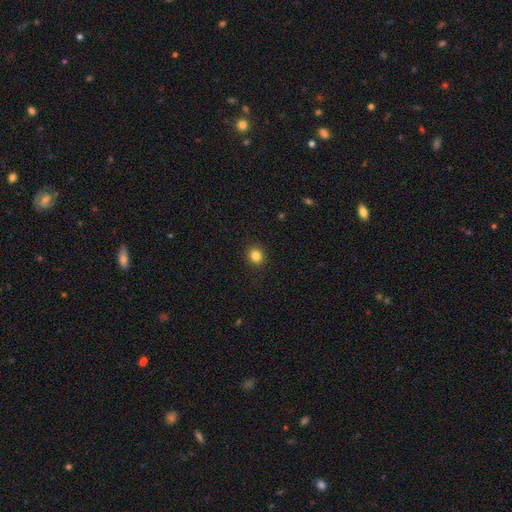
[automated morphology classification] This appears to be a smooth galaxy with no disk features (83%) that is round (79%). Merging: none (91%).